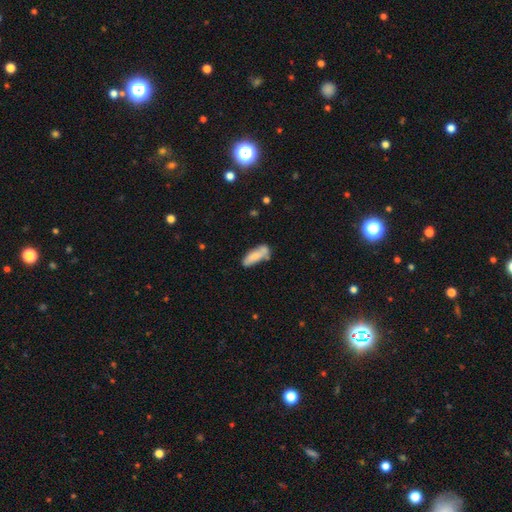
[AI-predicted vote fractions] The model was most divided on "how rounded": in between: 60%, cigar-shaped: 37%, round: 2%. Remaining: smooth or featured — smooth (73%); merging — none (49%).